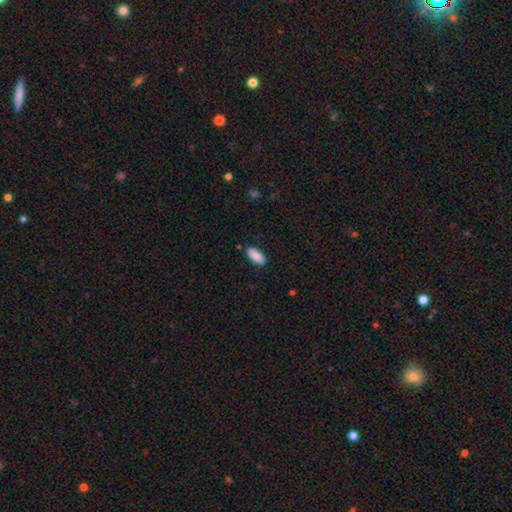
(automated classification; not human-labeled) Smooth or featured: smooth — 89% (star or artifact — 6%)
How rounded: in between — 85% (cigar-shaped — 13%)
Merging: none — 87% (minor disturbance — 9%)